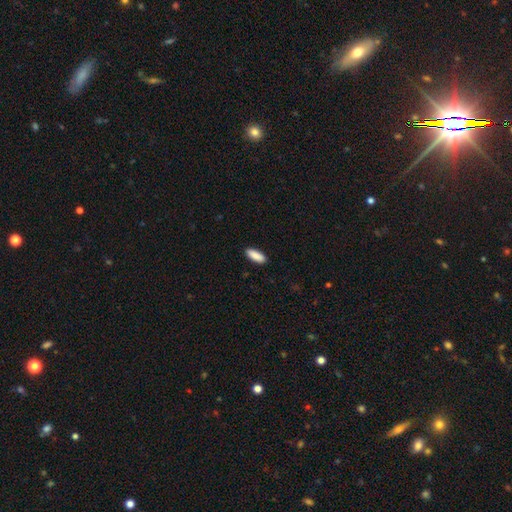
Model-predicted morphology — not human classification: type=smooth (90%); roundness=in between (69%); merging=none (90%).